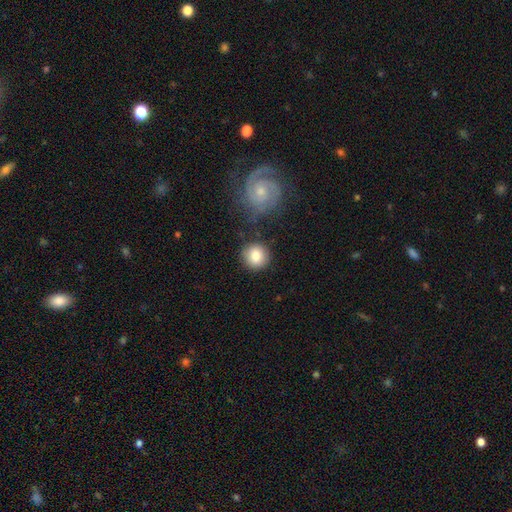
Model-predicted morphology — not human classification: This appears to be a smooth galaxy with no disk features (84%) that is round (93%). Merging: none (82%).